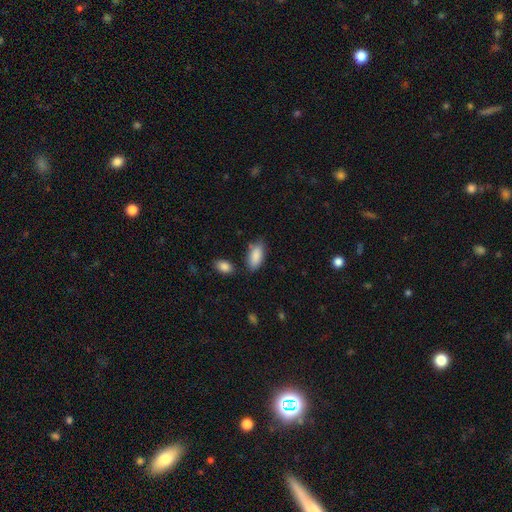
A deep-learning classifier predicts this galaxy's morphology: Q: Smooth or featured?
A: smooth (88%); runner-up: star or artifact (7%)
Q: How rounded?
A: in between (88%); runner-up: cigar-shaped (9%)
Q: Merging?
A: none (71%); runner-up: minor disturbance (19%)